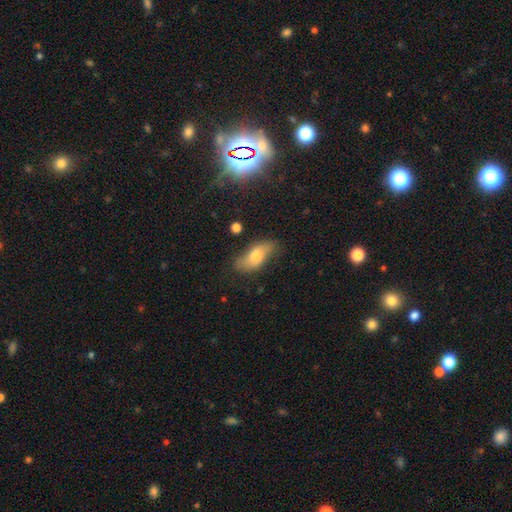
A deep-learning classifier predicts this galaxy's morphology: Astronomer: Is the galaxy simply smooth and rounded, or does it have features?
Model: smooth — 63%.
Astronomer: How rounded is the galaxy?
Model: in between — 84%.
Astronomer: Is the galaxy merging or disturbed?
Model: none — 65%.